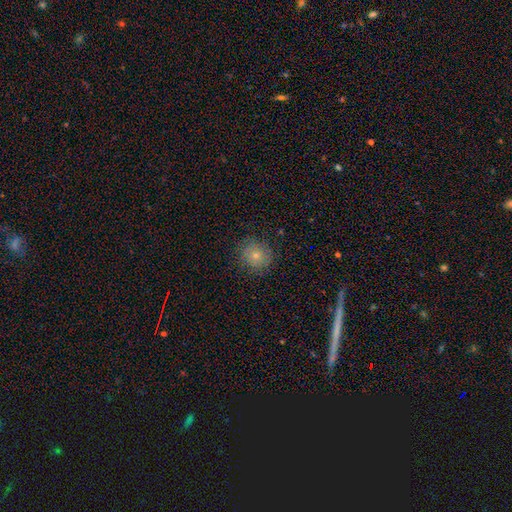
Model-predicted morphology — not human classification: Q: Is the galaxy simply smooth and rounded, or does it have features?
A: smooth — 74%.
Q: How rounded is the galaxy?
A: round — 85%.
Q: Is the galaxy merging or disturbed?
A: none — 82%.